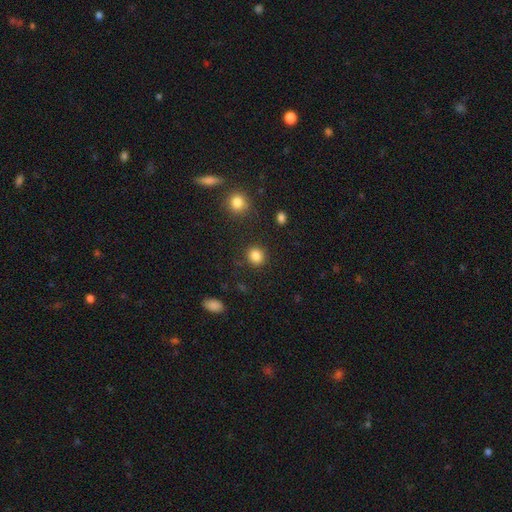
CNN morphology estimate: This appears to be a smooth galaxy with no disk features (85%) that is round (86%). Merging: none (89%).